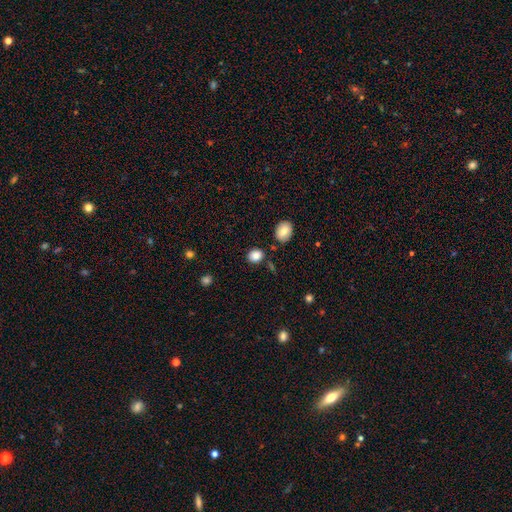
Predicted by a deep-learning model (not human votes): Overall: smooth (86%). How rounded: round (57%; in between 42%). Merging: none (82%).